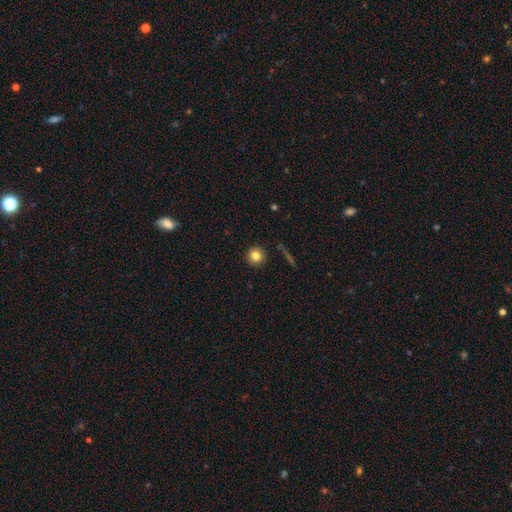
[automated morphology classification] Smooth or featured?
  - smooth: 80% *
  - star or artifact: 11%
  - featured or disk: 8%
How rounded?
  - round: 94% *
  - in between: 5%
  - cigar-shaped: 1%
Merging?
  - none: 91% *
  - minor disturbance: 6%
  - major disturbance: 2%
  - merger: 1%